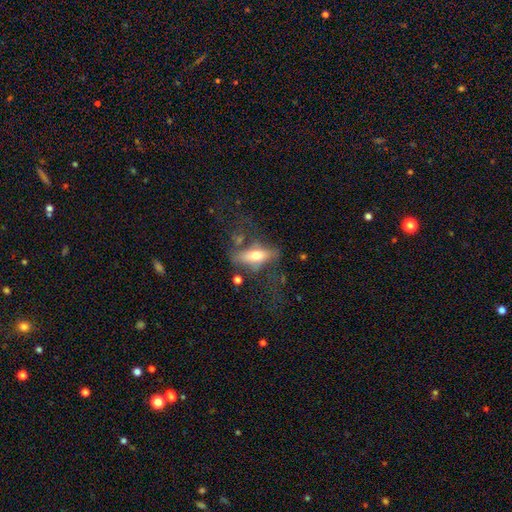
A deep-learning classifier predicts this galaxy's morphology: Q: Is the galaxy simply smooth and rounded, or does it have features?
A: smooth — 51%.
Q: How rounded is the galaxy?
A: in between — 66%.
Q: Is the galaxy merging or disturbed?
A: none — 44%.